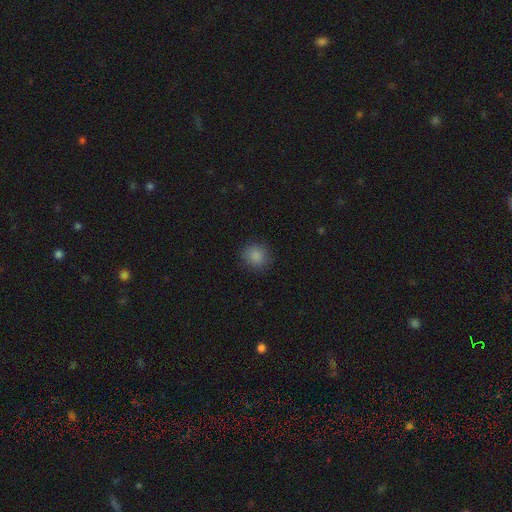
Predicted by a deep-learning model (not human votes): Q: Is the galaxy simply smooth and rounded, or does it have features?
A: smooth — 86%.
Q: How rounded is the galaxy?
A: round — 87%.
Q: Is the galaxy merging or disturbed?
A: none — 87%.